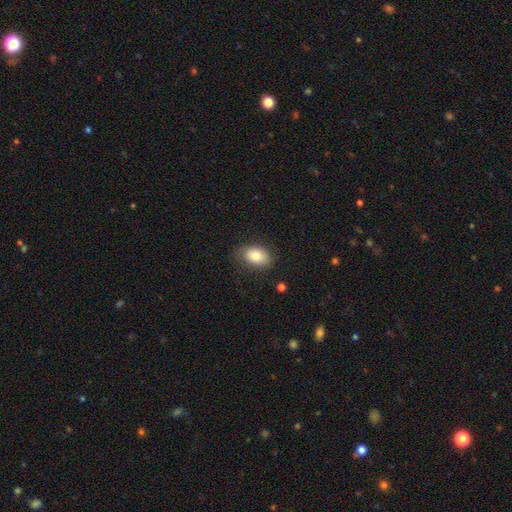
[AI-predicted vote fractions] A smooth galaxy with no disk features (81%) that is in between round and cigar-shaped (85%). Merging: none (76%).